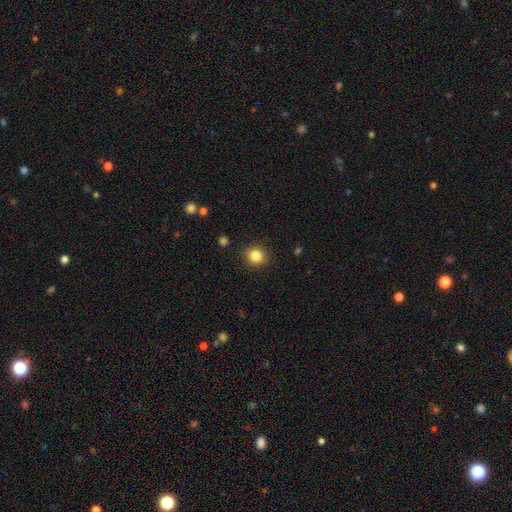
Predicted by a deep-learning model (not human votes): A smooth galaxy with no disk features (84%) that is round (88%).

Vote fractions:
- Smooth or featured? smooth: 84% / star or artifact: 11% / featured or disk: 5%
- How rounded? round: 88% / in between: 11% / cigar-shaped: 1%
- Merging? none: 90% / minor disturbance: 7% / major disturbance: 2% / merger: 1%